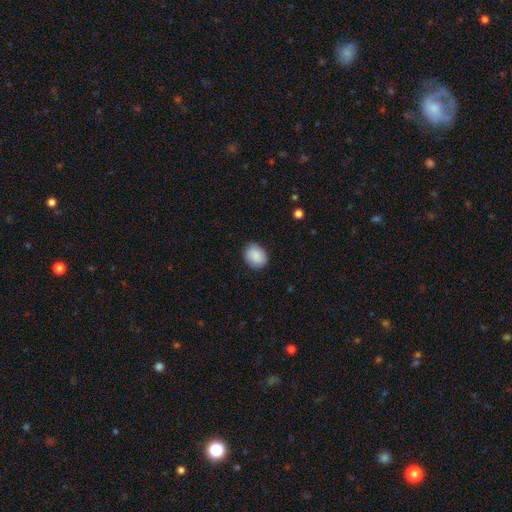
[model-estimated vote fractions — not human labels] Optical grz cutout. It shows a smooth galaxy with no disk features (86%) that is round (50%). Merging: none (82%).